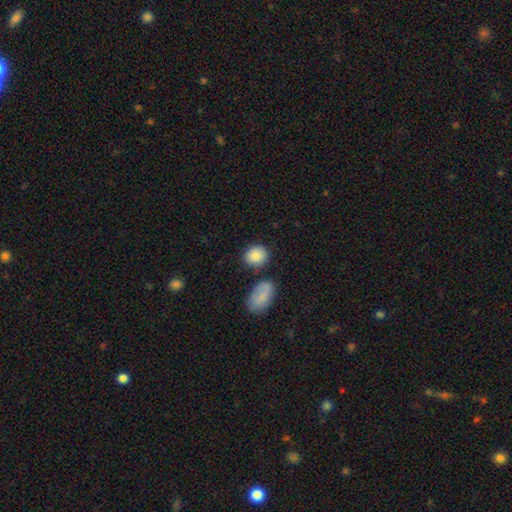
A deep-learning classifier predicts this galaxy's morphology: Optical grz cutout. It shows a smooth galaxy with no disk features (87%) that is round (68%). Merging: none (74%).